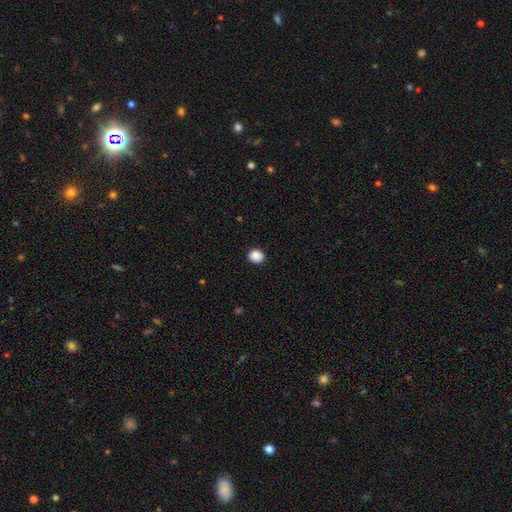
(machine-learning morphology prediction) smooth 89%, star or artifact 9%, featured or disk 2%. Down the decision tree: how rounded — round (75%); merging — none (90%).